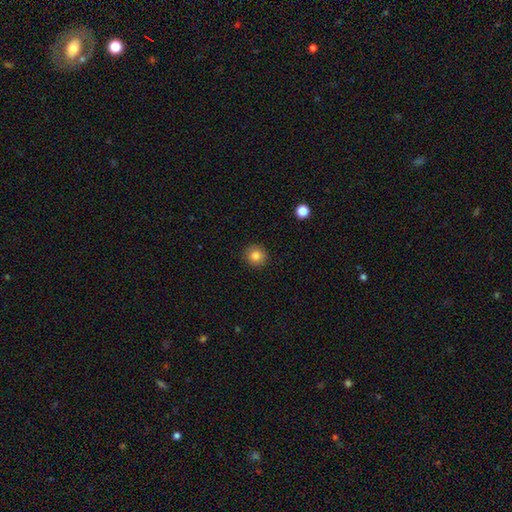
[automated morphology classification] Overall: smooth (84%). How rounded: round (92%). Merging: none (91%).